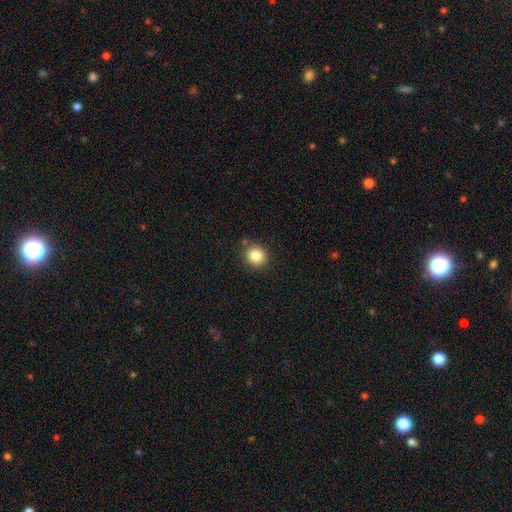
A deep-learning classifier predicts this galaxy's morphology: Overall: smooth (84%). How rounded: round (90%). Merging: none (86%).